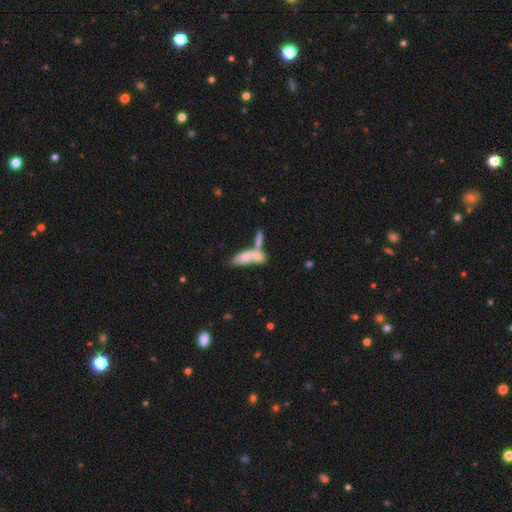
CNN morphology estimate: Smooth or featured?
  - smooth: 67% *
  - featured or disk: 24%
  - star or artifact: 9%
How rounded?
  - in between: 58% *
  - cigar-shaped: 37%
  - round: 5%
Merging?
  - merger: 60% *
  - none: 25%
  - minor disturbance: 9%
  - major disturbance: 7%